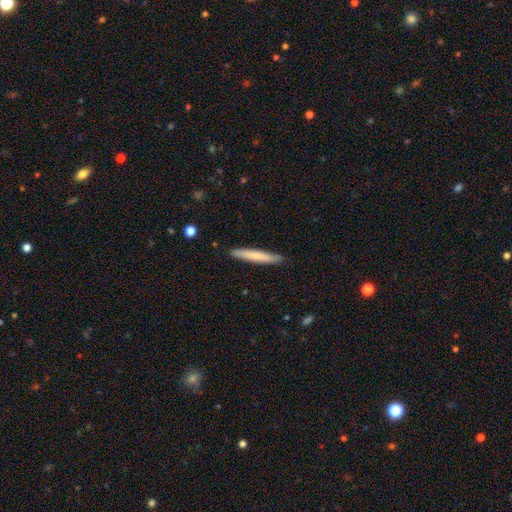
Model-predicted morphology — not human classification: Overall: smooth (71%). How rounded: cigar-shaped (95%). Merging: none (90%).